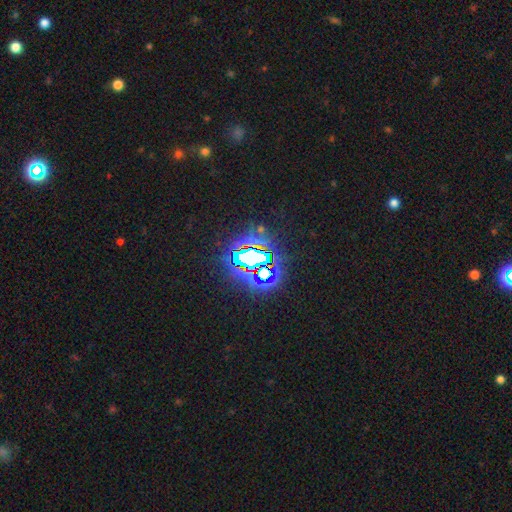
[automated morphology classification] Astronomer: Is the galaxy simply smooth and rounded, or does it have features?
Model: star or artifact — 80%.